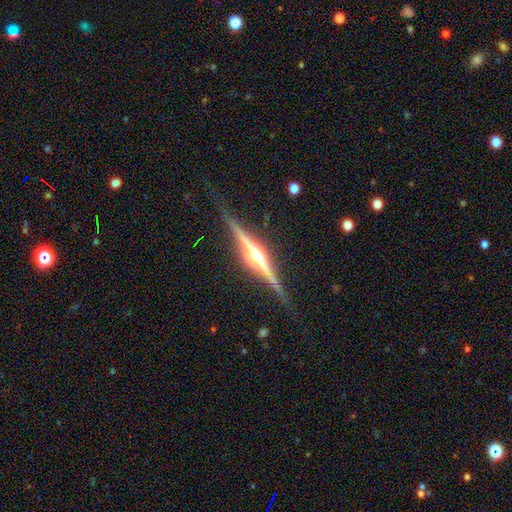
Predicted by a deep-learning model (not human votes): A featured or disk galaxy (89%) viewed edge-on (98%) with a rounded central bulge (88%). Merging: none (86%).